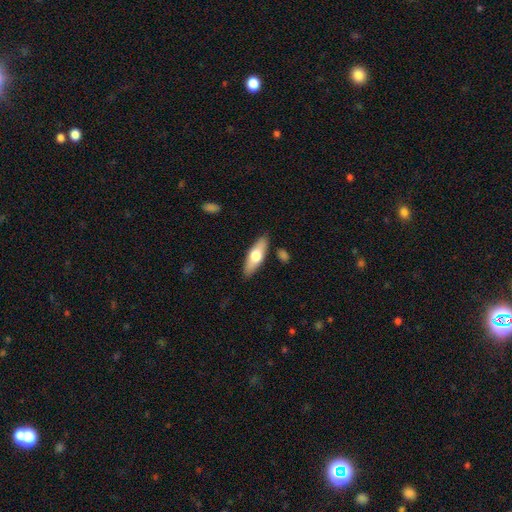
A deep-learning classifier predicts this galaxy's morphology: Overall: smooth (61%; featured or disk 34%). How rounded: in between (60%; cigar-shaped 38%). Merging: none (86%).